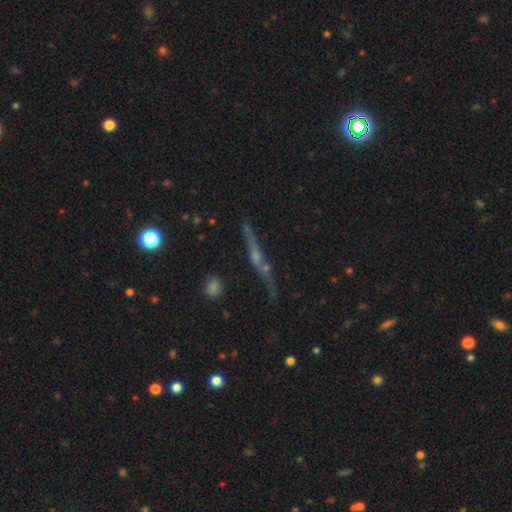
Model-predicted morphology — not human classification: Q: Smooth or featured?
A: featured or disk (62%); runner-up: smooth (22%)
Q: Edge-on disk?
A: yes (88%); runner-up: no (12%)
Q: Edge-on bulge?
A: rounded (60%); runner-up: none (28%)
Q: Merging?
A: none (69%); runner-up: minor disturbance (15%)